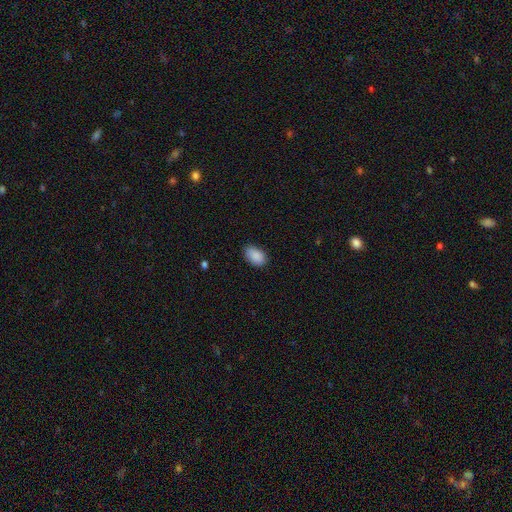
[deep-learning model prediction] A smooth galaxy with no disk features (89%) that is in between round and cigar-shaped (91%).

Vote fractions:
- Smooth or featured? smooth: 89% / star or artifact: 7% / featured or disk: 3%
- How rounded? in between: 91% / round: 7% / cigar-shaped: 1%
- Merging? none: 81% / minor disturbance: 15% / major disturbance: 3% / merger: 1%